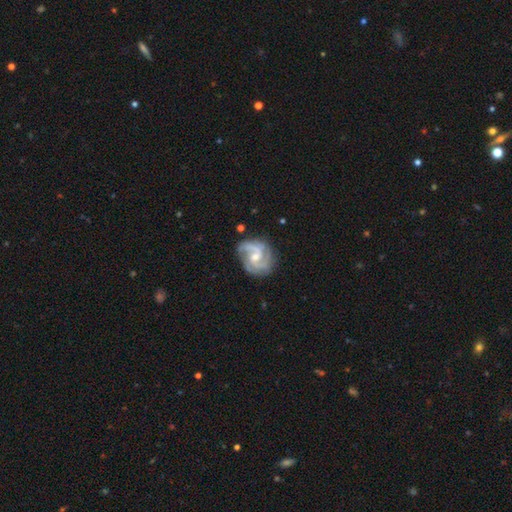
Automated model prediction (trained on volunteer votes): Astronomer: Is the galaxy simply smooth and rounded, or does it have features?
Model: featured or disk — 89%.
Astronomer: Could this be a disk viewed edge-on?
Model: no — 98%.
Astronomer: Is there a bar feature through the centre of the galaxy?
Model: weak — 46% (runner-up: no, 44%).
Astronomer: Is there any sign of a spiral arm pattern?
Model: yes — 97%.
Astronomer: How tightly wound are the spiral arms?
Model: medium — 53% (runner-up: tight, 32%).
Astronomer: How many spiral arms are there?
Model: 2 — 56%.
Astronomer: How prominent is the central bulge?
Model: moderate — 48% (runner-up: small, 46%).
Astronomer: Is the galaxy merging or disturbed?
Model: none — 73%.